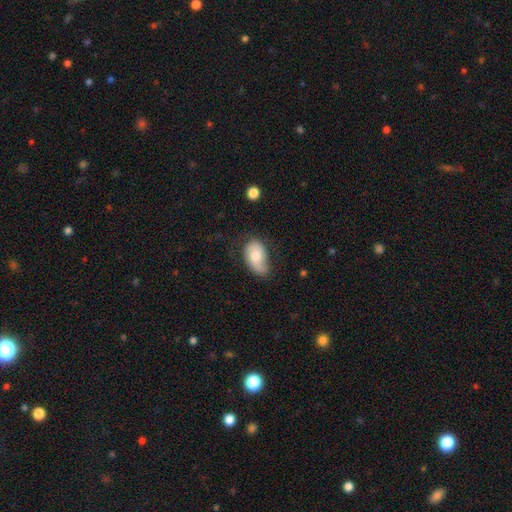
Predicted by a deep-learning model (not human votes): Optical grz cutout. It shows a smooth galaxy with no disk features (64%) that is in between round and cigar-shaped (91%). Merging: none (52%).